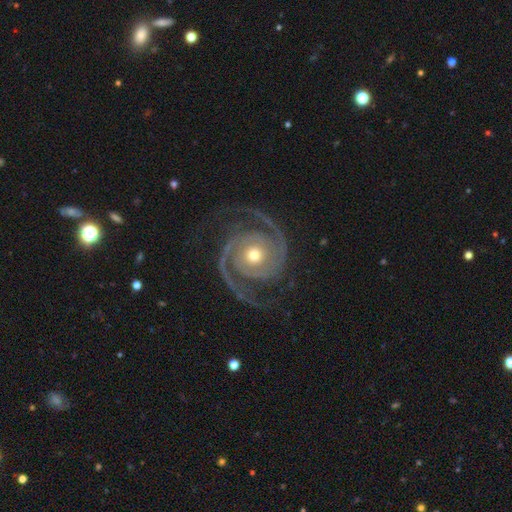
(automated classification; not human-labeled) This is clearly a featured or disk galaxy (94%). It is clearly not viewed edge-on (98%). Bar: likely no (73%). Spiral arm pattern: clearly yes (99%). Spiral arm count: clearly 2 (88%). Spiral winding: possibly tight (53%). Central bulge: likely moderate (65%). Merging: clearly none (80%).